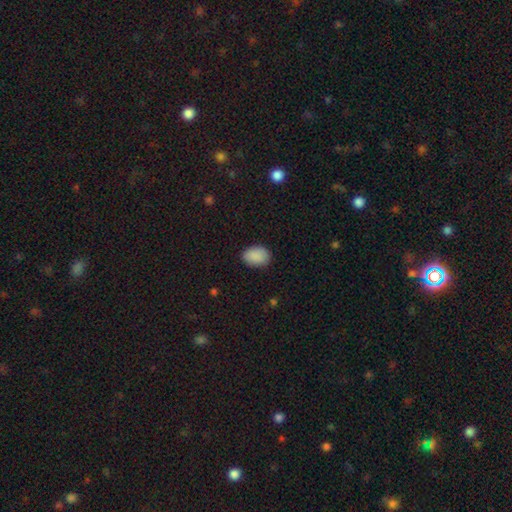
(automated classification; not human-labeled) Smooth or featured?
  - smooth: 90% *
  - star or artifact: 7%
  - featured or disk: 3%
How rounded?
  - in between: 78% *
  - round: 21%
  - cigar-shaped: 1%
Merging?
  - none: 85% *
  - minor disturbance: 11%
  - major disturbance: 2%
  - merger: 1%